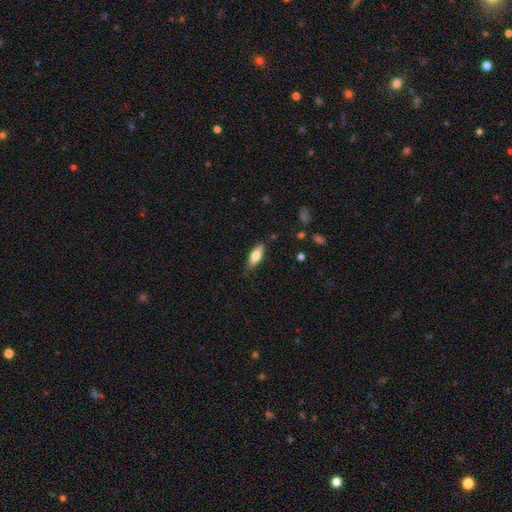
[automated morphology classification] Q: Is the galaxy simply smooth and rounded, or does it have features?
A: smooth — 73%.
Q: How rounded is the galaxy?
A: in between — 67%.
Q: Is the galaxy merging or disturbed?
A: none — 82%.